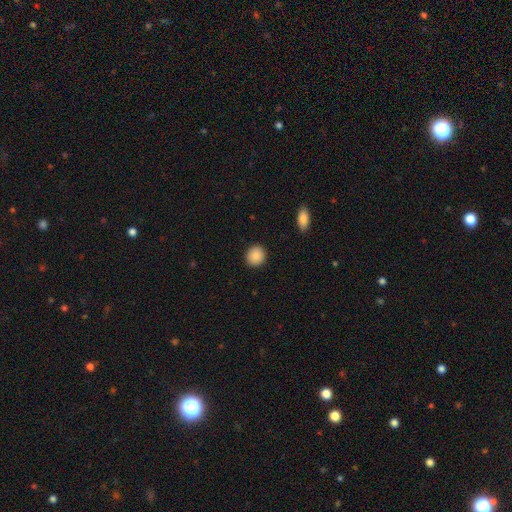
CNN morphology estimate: A smooth galaxy with no disk features (89%) that is round (84%). Merging: none (91%).